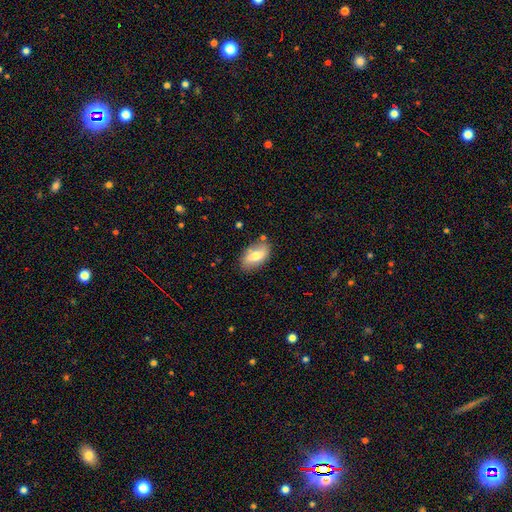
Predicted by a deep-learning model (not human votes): Smooth or featured? Predicted: smooth (p=0.67). How rounded? Predicted: in between (p=0.91). Merging? Predicted: none (p=0.78).